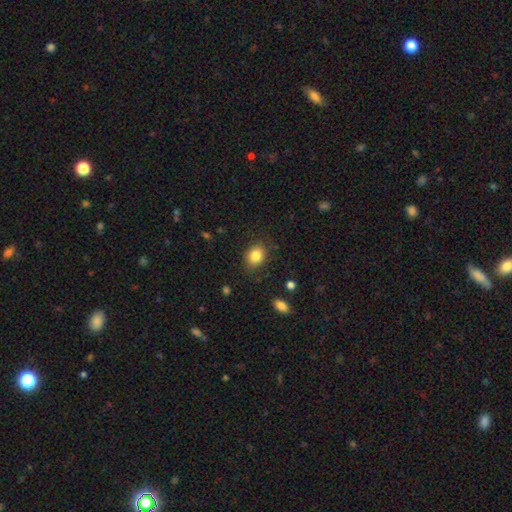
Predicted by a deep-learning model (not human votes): smooth 84%, star or artifact 9%, featured or disk 7%. Down the decision tree: how rounded — in between (52%); merging — none (81%).